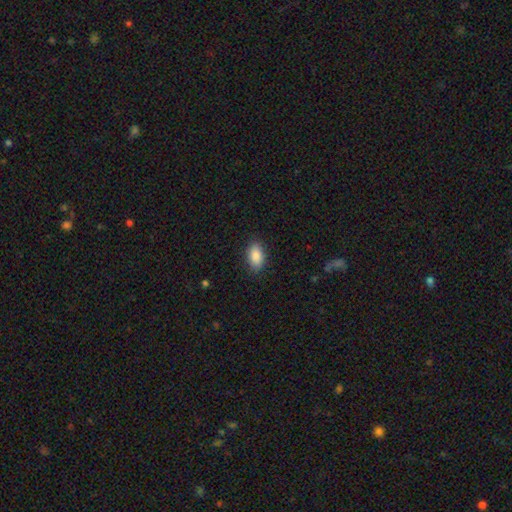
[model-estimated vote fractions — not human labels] This appears to be a smooth galaxy with no disk features (89%) that is in between round and cigar-shaped (92%). Merging: none (87%).